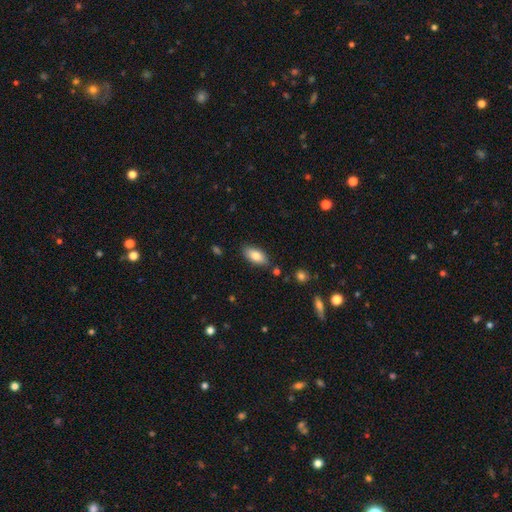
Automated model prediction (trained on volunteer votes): smooth_or_featured: smooth (p=0.83) [alt: featured or disk p=0.11]
how_rounded: in between (p=0.91) [alt: cigar-shaped p=0.07]
merging: none (p=0.83) [alt: minor disturbance p=0.11]